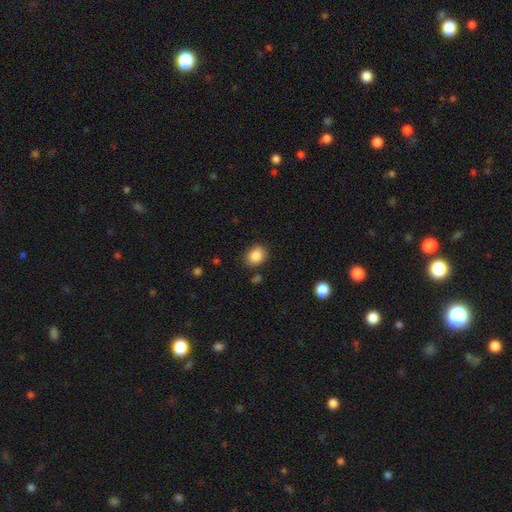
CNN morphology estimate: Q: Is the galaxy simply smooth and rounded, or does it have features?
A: smooth — 87%.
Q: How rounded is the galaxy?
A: in between — 51%.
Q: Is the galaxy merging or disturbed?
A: none — 84%.